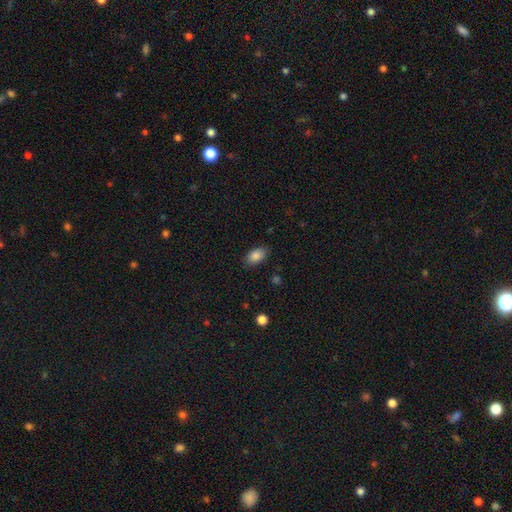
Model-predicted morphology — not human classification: Smooth or featured? Predicted: smooth (p=0.86). How rounded? Predicted: in between (p=0.91). Merging? Predicted: none (p=0.86).